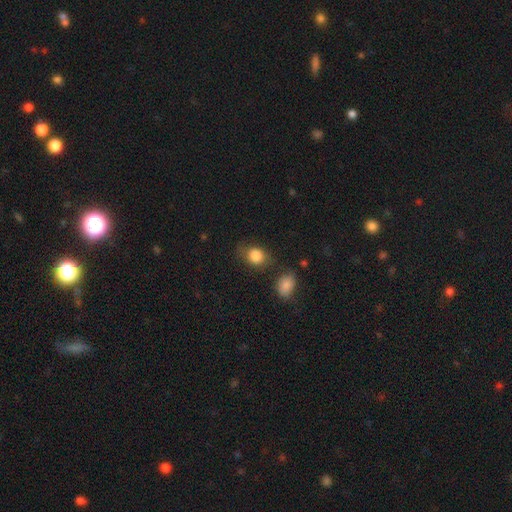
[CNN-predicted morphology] This is clearly a smooth galaxy (84%). How rounded: possibly round (54%). Merging: likely none (65%).